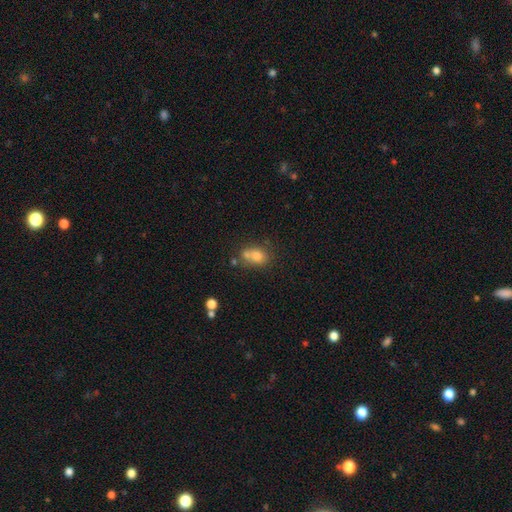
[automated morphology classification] This appears to be a smooth galaxy with no disk features (72%) that is round (56%). Merging: none (43%).